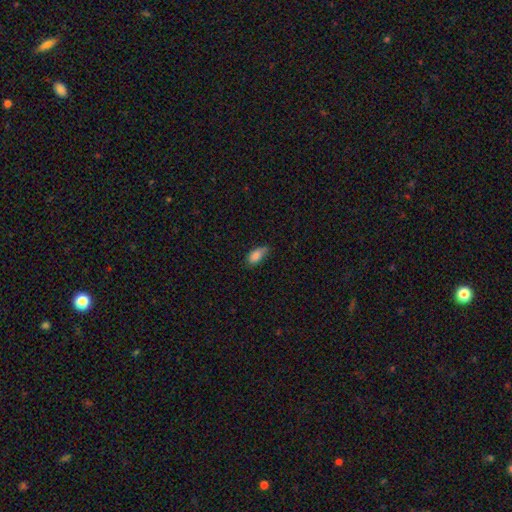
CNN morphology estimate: A smooth galaxy with no disk features (84%) that is in between round and cigar-shaped (90%).

Vote fractions:
- Smooth or featured? smooth: 84% / star or artifact: 8% / featured or disk: 7%
- How rounded? in between: 90% / cigar-shaped: 6% / round: 4%
- Merging? none: 52% / minor disturbance: 38% / major disturbance: 8% / merger: 2%